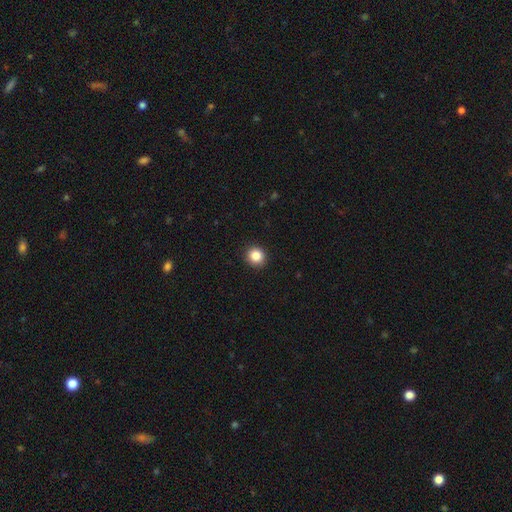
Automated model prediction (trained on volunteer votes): smooth-or-featured: smooth: 85% | star or artifact: 10% | featured or disk: 4%
  how-rounded: round: 90% | in between: 10% | cigar-shaped: 1%
  merging: none: 92% | minor disturbance: 5% | major disturbance: 2% | merger: 1%